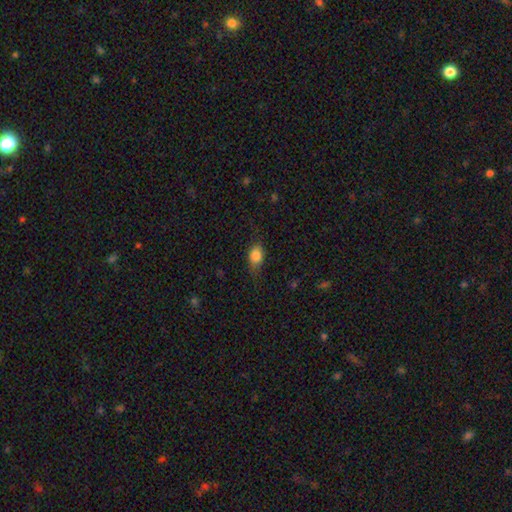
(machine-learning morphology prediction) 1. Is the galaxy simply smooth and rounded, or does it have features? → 81% smooth, 10% featured or disk, 9% star or artifact.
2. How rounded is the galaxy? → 76% in between, 20% round, 4% cigar-shaped.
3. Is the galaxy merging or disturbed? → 69% none, 23% minor disturbance, 7% major disturbance, 1% merger.